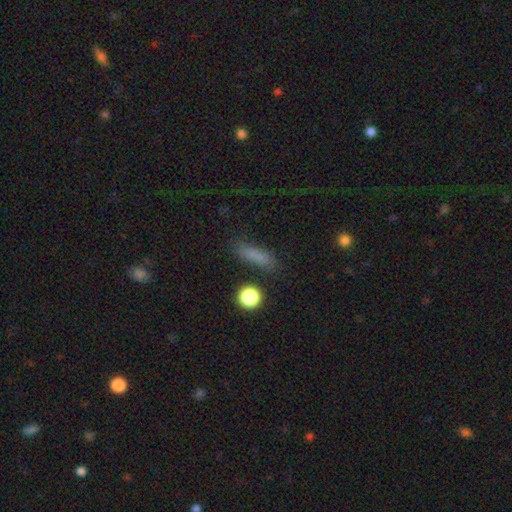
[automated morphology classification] Q: Smooth or featured?
A: smooth (78%); runner-up: star or artifact (13%)
Q: How rounded?
A: cigar-shaped (68%); runner-up: in between (27%)
Q: Merging?
A: none (80%); runner-up: minor disturbance (13%)